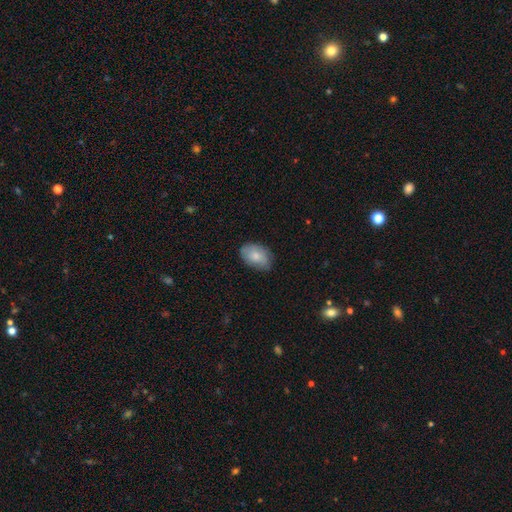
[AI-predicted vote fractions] Morphology: type=smooth (80%); roundness=in between (88%); merging=none (79%).